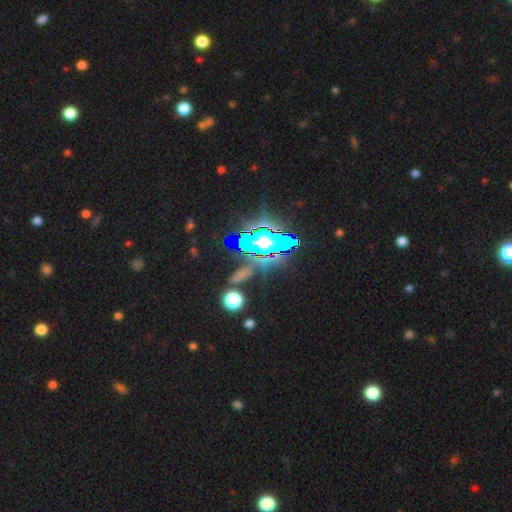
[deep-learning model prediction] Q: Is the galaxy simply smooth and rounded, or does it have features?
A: star or artifact — 82%.